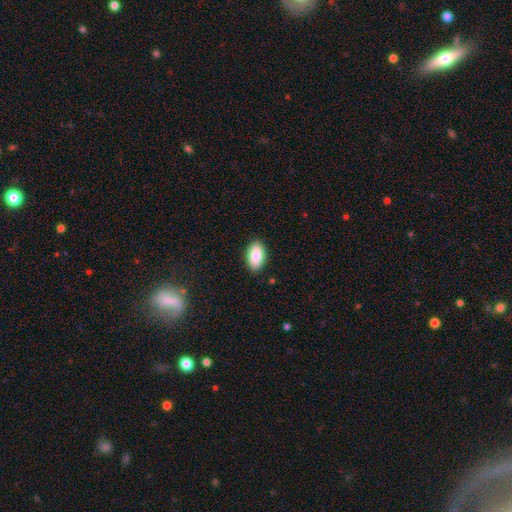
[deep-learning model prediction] This appears to be a smooth galaxy with no disk features (87%) that is in between round and cigar-shaped (94%). Merging: none (89%).